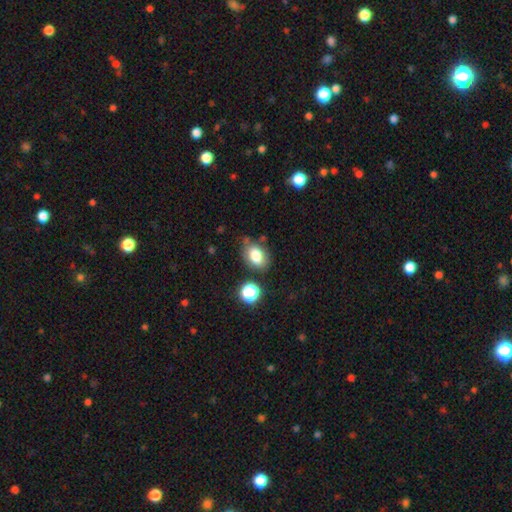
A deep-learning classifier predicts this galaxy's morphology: A smooth galaxy with no disk features (79%) that is in between round and cigar-shaped (76%).

Vote fractions:
- Smooth or featured? smooth: 79% / featured or disk: 11% / star or artifact: 11%
- How rounded? in between: 76% / round: 23% / cigar-shaped: 1%
- Merging? none: 69% / minor disturbance: 20% / merger: 6% / major disturbance: 5%